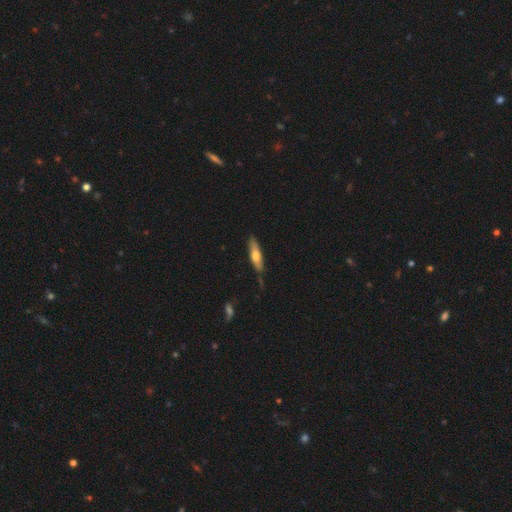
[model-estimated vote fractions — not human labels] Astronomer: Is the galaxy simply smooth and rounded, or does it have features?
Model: smooth — 57% (runner-up: featured or disk, 38%).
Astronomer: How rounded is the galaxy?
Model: cigar-shaped — 72%.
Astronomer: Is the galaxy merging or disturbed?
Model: none — 77%.